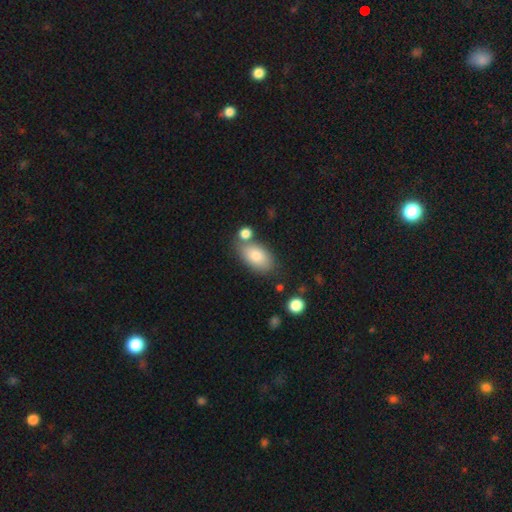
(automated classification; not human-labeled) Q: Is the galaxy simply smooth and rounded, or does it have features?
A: smooth — 81%.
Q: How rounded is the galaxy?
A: in between — 92%.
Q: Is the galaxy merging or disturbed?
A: none — 64%.